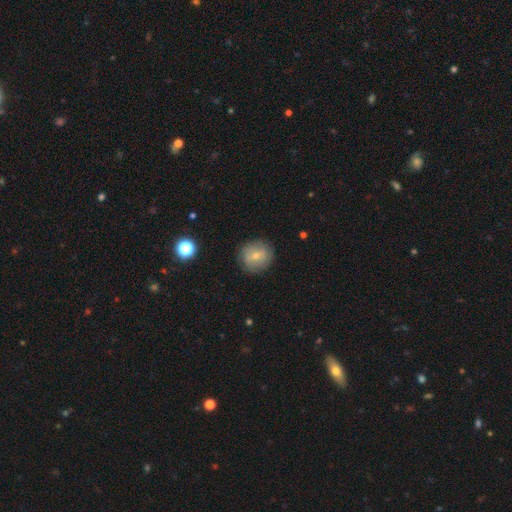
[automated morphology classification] Smooth or featured? Predicted: smooth (p=0.57). How rounded? Predicted: round (p=0.87). Merging? Predicted: none (p=0.84).